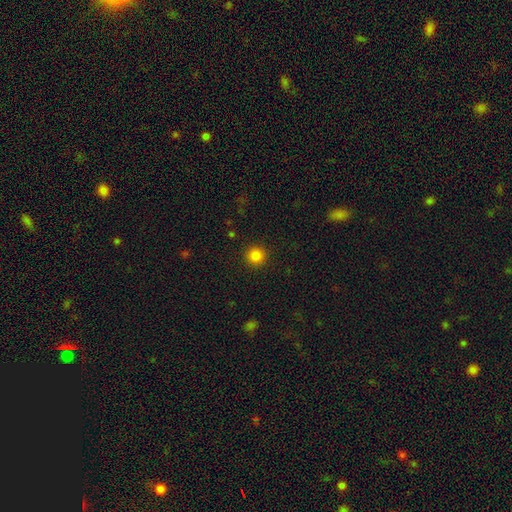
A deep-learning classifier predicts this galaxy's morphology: Smooth or featured?
  - smooth: 85% *
  - star or artifact: 12%
  - featured or disk: 4%
How rounded?
  - round: 95% *
  - in between: 4%
  - cigar-shaped: 1%
Merging?
  - none: 92% *
  - minor disturbance: 5%
  - major disturbance: 2%
  - merger: 1%